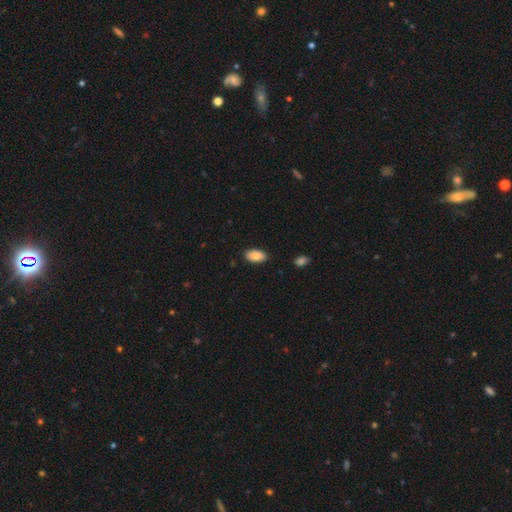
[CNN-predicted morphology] Smooth or featured? smooth (87%)
How rounded? in between (94%)
Merging? none (87%)